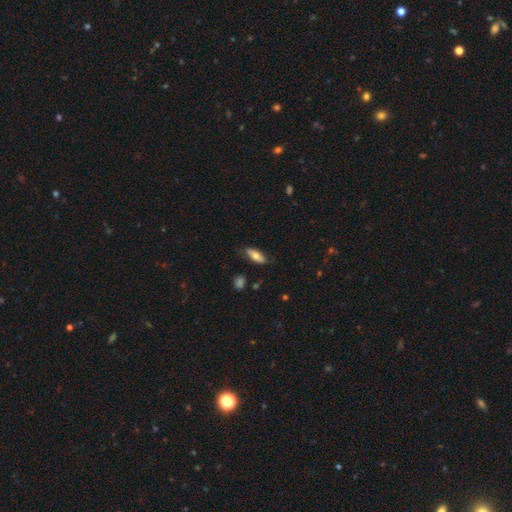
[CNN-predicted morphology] A smooth galaxy with no disk features (70%) that is in between round and cigar-shaped (77%).

Vote fractions:
- Smooth or featured? smooth: 70% / featured or disk: 24% / star or artifact: 7%
- How rounded? in between: 77% / cigar-shaped: 20% / round: 3%
- Merging? none: 78% / minor disturbance: 17% / major disturbance: 3% / merger: 1%